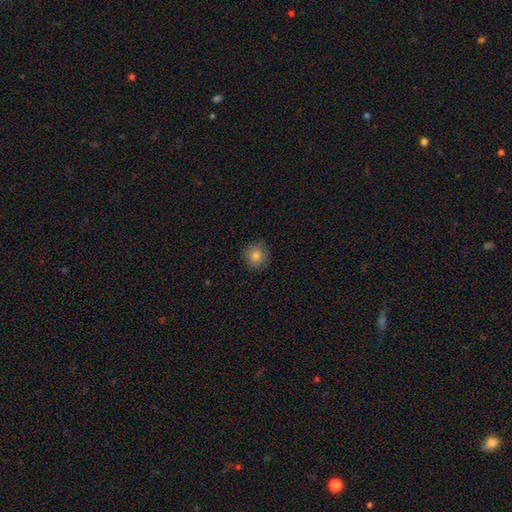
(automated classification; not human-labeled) Smooth or featured: smooth — 82% (star or artifact — 11%)
How rounded: round — 92% (in between — 7%)
Merging: none — 89% (minor disturbance — 8%)